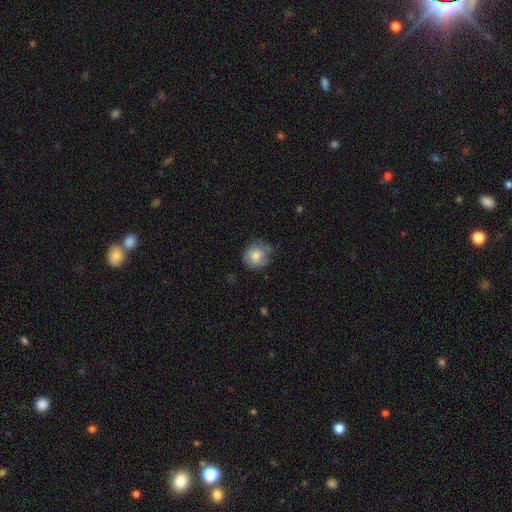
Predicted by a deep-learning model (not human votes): Morphology: type=smooth (78%); roundness=round (85%); merging=none (63%).